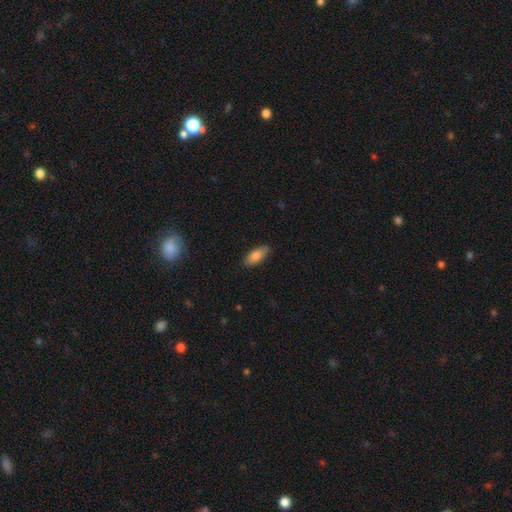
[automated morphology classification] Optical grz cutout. It shows a smooth galaxy with no disk features (83%) that is in between round and cigar-shaped (82%). Merging: none (86%).